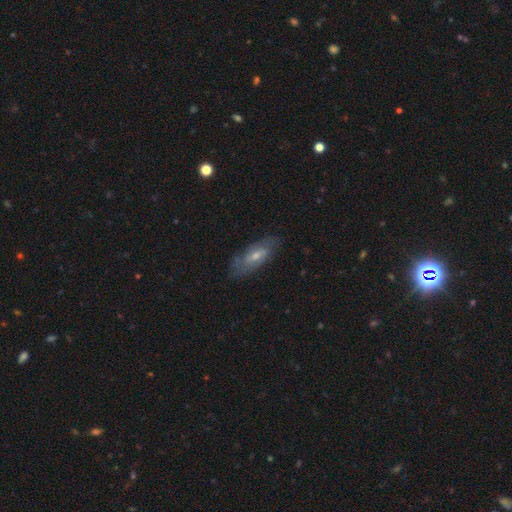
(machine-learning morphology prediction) type=featured or disk (53%); edge-on=no (80%); merging=none (76%).